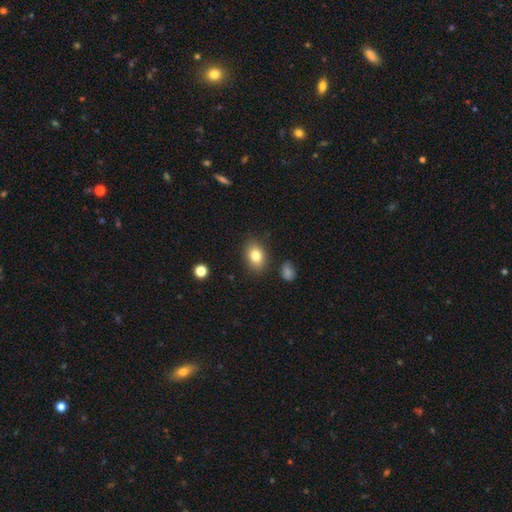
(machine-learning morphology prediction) smooth_or_featured: smooth (p=0.81) [alt: featured or disk p=0.10]
how_rounded: in between (p=0.78) [alt: round p=0.21]
merging: none (p=0.85) [alt: minor disturbance p=0.10]